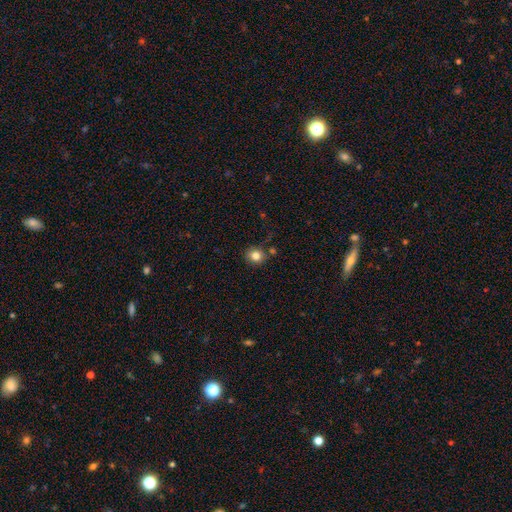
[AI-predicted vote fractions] Q: Smooth or featured?
A: smooth (82%); runner-up: star or artifact (11%)
Q: How rounded?
A: round (80%); runner-up: in between (19%)
Q: Merging?
A: none (77%); runner-up: minor disturbance (13%)